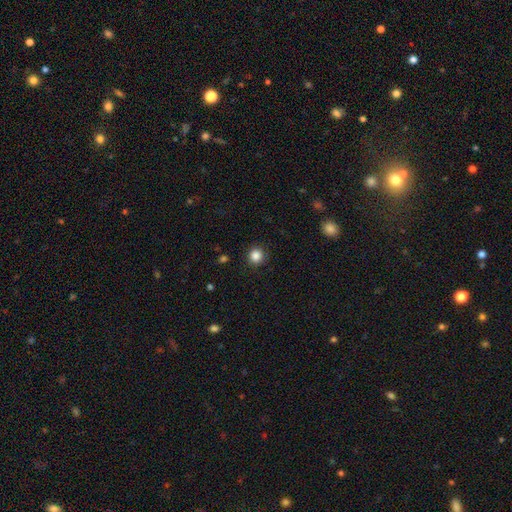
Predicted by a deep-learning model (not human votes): Smooth or featured? smooth (85%)
How rounded? round (94%)
Merging? none (91%)